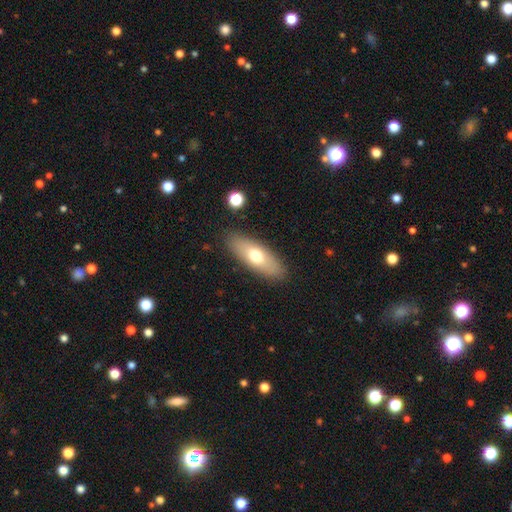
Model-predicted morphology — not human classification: Smooth or featured: smooth — 65% (featured or disk — 28%)
How rounded: in between — 69% (cigar-shaped — 28%)
Merging: none — 87% (minor disturbance — 9%)